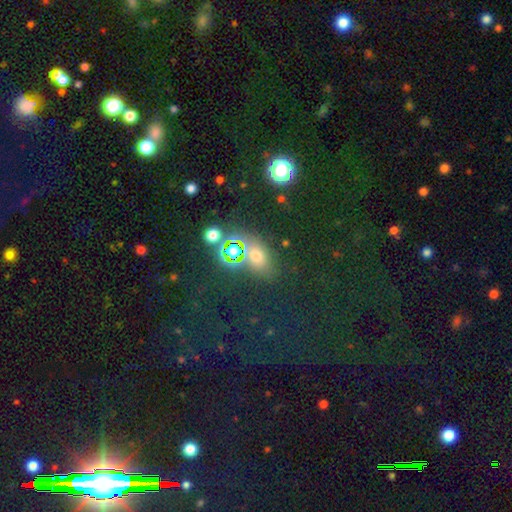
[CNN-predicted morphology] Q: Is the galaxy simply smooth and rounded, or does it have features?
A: smooth — 51%.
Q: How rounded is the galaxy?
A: in between — 63%.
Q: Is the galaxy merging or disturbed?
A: none — 69%.